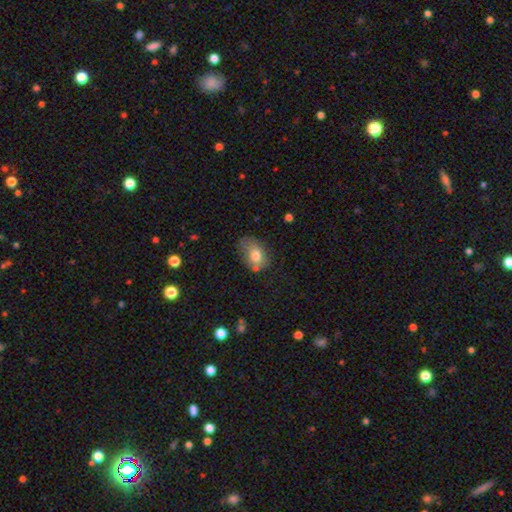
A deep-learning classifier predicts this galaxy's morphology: smooth-or-featured: smooth: 74% | featured or disk: 17% | star or artifact: 9%
  how-rounded: in between: 81% | round: 18% | cigar-shaped: 1%
  merging: none: 52% | minor disturbance: 31% | major disturbance: 10% | merger: 7%